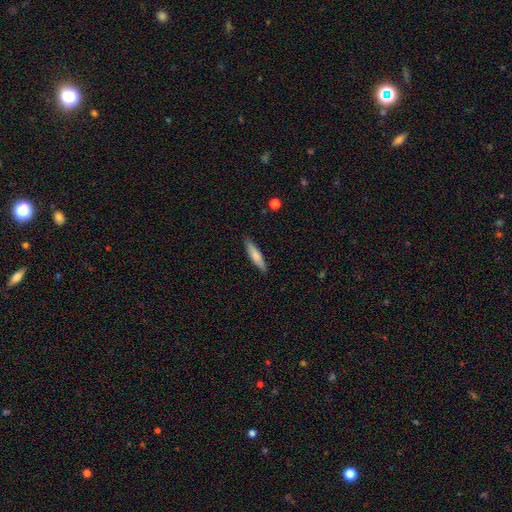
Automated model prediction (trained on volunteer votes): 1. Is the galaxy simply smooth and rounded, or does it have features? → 72% smooth, 22% featured or disk, 6% star or artifact.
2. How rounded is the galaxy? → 78% cigar-shaped, 20% in between, 1% round.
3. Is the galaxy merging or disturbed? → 88% none, 9% minor disturbance, 2% major disturbance, 1% merger.